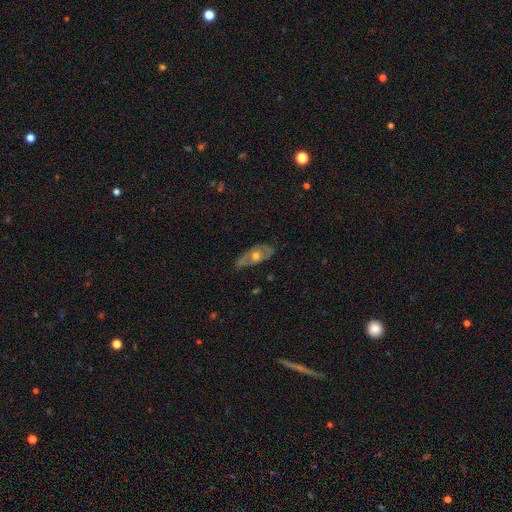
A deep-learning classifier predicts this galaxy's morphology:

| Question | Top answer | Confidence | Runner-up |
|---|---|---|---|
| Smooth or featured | featured or disk | 54% | smooth (39%) |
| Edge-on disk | no | 79% | yes (21%) |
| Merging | none | 63% | minor disturbance (27%) |